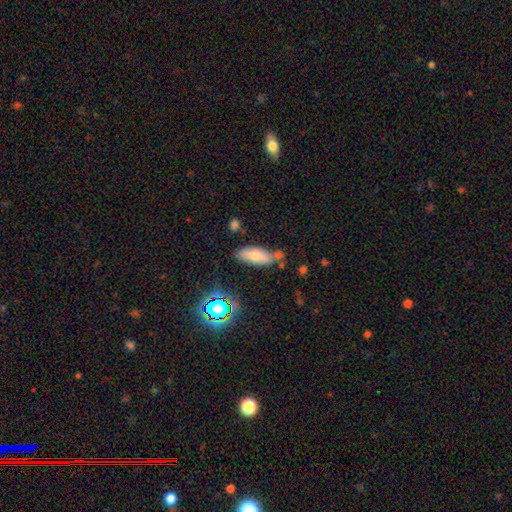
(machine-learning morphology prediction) Smooth or featured? smooth (74%)
How rounded? in between (74%)
Merging? none (64%)